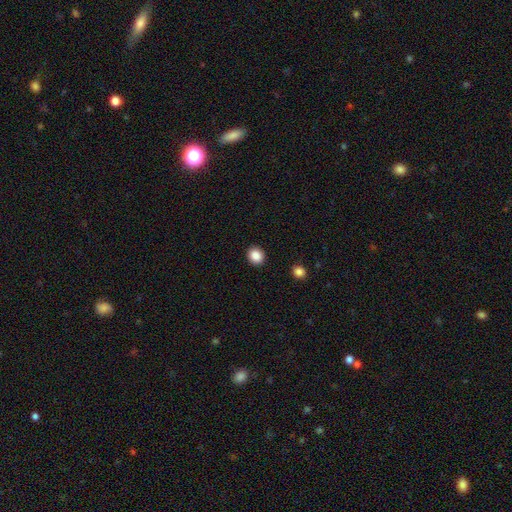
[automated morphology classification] This is clearly a smooth galaxy (88%). How rounded: likely round (73%). Merging: clearly none (91%).